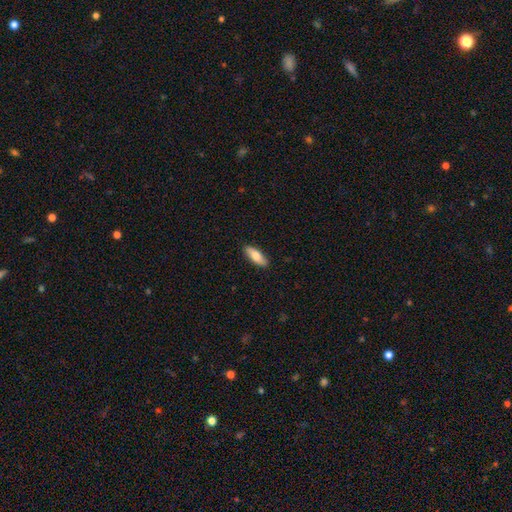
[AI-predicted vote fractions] A smooth galaxy with no disk features (77%) that is in between round and cigar-shaped (64%). Merging: none (89%).